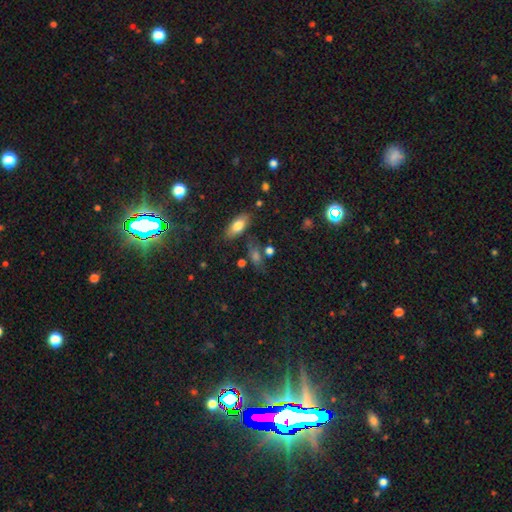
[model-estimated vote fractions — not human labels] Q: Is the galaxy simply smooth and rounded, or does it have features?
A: smooth — 57%.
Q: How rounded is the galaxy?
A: in between — 66%.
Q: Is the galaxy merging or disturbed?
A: none — 70%.